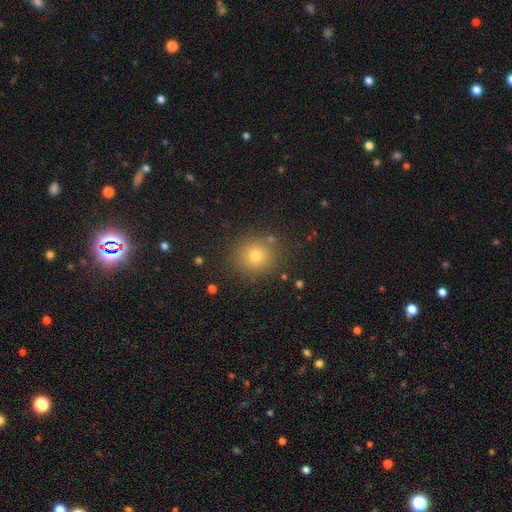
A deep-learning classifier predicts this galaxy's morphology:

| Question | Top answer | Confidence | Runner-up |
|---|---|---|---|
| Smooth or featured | smooth | 73% | star or artifact (18%) |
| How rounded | round | 88% | in between (11%) |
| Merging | none | 86% | minor disturbance (8%) |